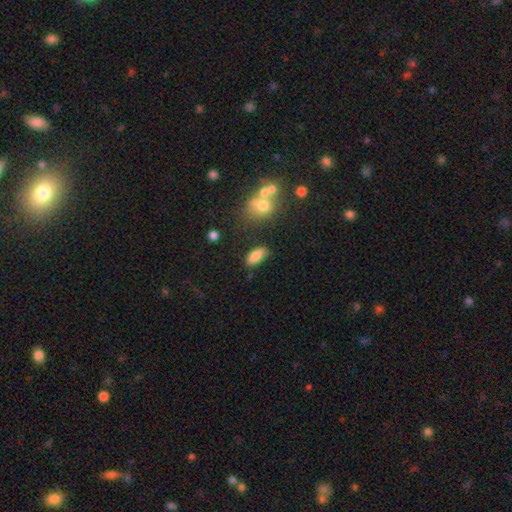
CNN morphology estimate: The model was most divided on "merging": none: 71%, minor disturbance: 17%, merger: 6%, major disturbance: 5%. More confident: how rounded — in between (85%); smooth or featured — smooth (83%).